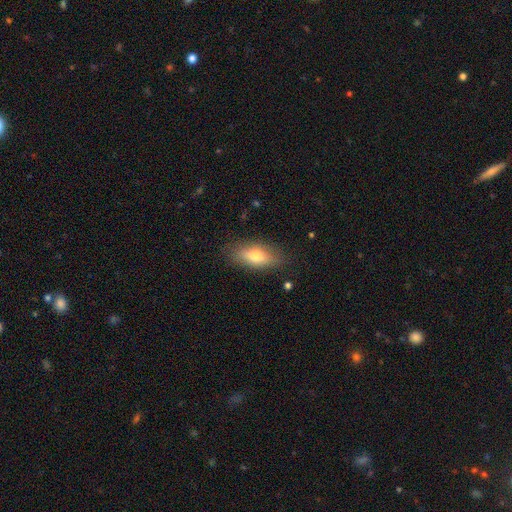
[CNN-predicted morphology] This appears to be a smooth galaxy with no disk features (73%) that is in between round and cigar-shaped (80%). Merging: none (82%).